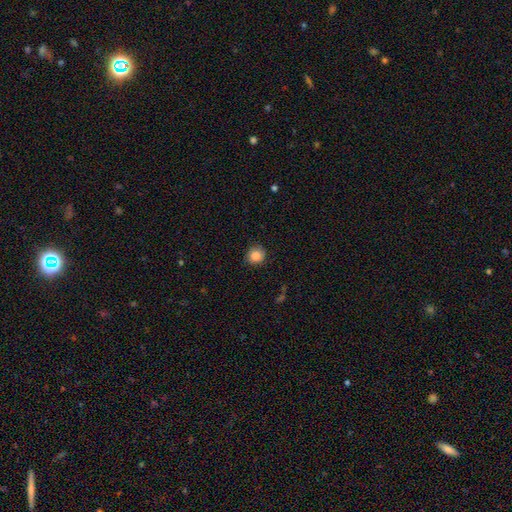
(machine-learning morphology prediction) smooth-or-featured: smooth: 84% | star or artifact: 10% | featured or disk: 6%
  how-rounded: round: 90% | in between: 9% | cigar-shaped: 1%
  merging: none: 86% | minor disturbance: 11% | major disturbance: 2% | merger: 1%